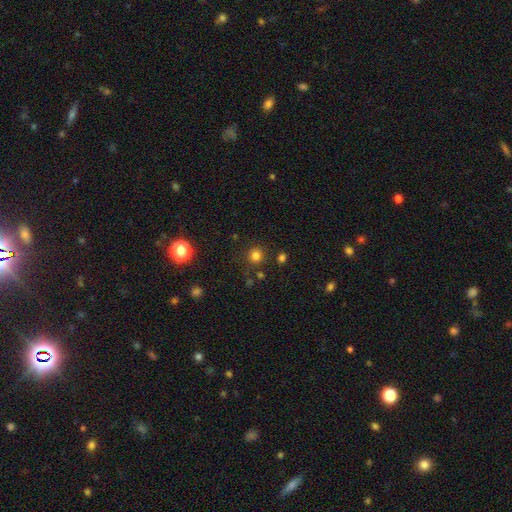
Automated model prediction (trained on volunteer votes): Q: Smooth or featured?
A: smooth (78%); runner-up: star or artifact (17%)
Q: How rounded?
A: round (93%); runner-up: in between (6%)
Q: Merging?
A: none (85%); runner-up: minor disturbance (8%)